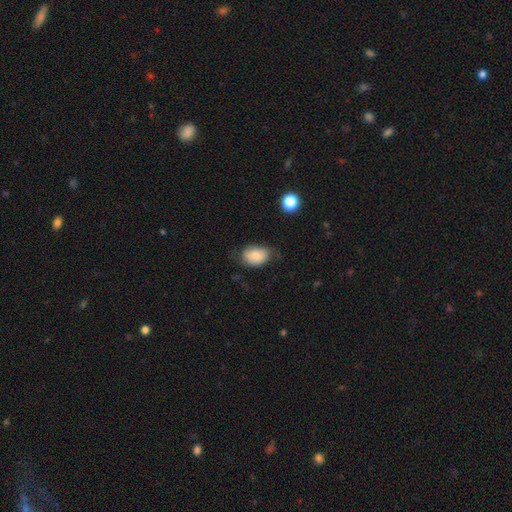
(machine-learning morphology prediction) Smooth or featured? Predicted: smooth (p=0.79). How rounded? Predicted: in between (p=0.81). Merging? Predicted: none (p=0.57).